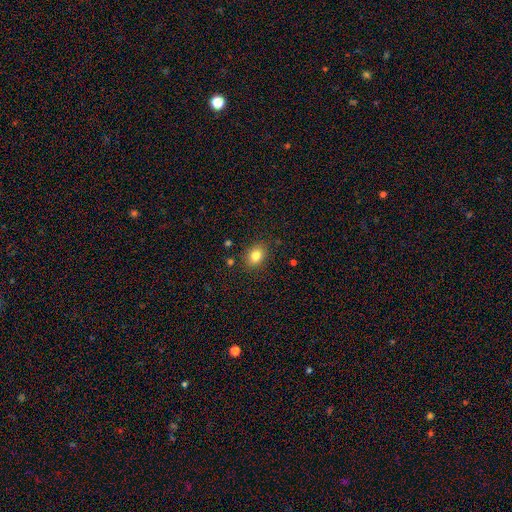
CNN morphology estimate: smooth_or_featured: smooth (p=0.82) [alt: star or artifact p=0.10]
how_rounded: in between (p=0.60) [alt: round p=0.39]
merging: none (p=0.86) [alt: minor disturbance p=0.10]